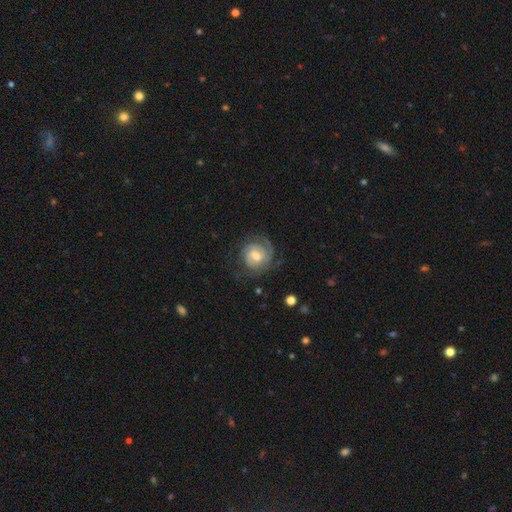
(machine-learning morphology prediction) featured or disk 81%, smooth 13%, star or artifact 6%. Down the decision tree: edge-on disk — no (98%); bar — weak (52%); spiral arms — yes (96%); spiral arm count — 2 (36%); spiral winding — tight (65%); bulge size — moderate (63%); merging — none (71%).